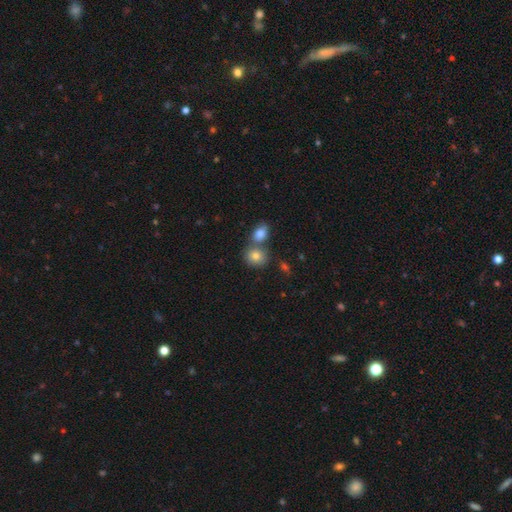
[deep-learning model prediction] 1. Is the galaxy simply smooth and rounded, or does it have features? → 79% smooth, 11% star or artifact, 10% featured or disk.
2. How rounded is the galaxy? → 65% round, 34% in between, 1% cigar-shaped.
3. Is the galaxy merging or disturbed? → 50% none, 38% merger, 9% minor disturbance, 3% major disturbance.